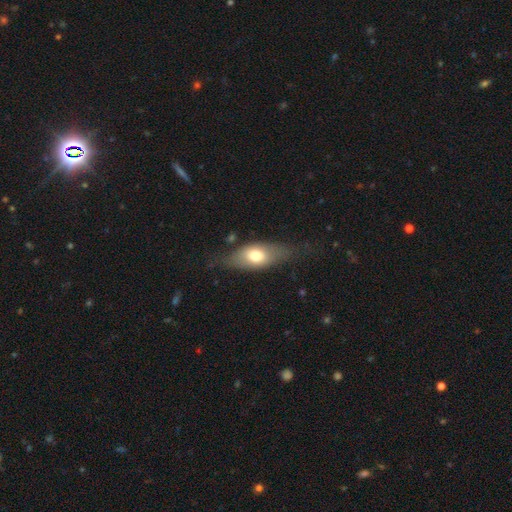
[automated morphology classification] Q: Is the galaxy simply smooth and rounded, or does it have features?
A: smooth — 66%.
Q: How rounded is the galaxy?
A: in between — 79%.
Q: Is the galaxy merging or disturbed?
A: none — 64%.